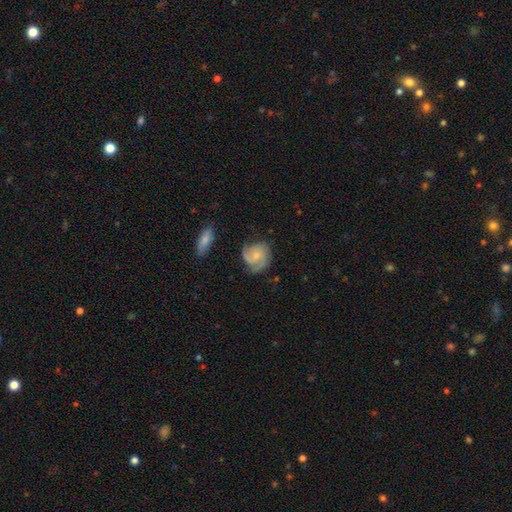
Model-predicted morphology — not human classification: featured or disk 73%, smooth 21%, star or artifact 6%. Down the decision tree: edge-on disk — no (98%); bar — no (68%); spiral arms — yes (95%); spiral arm count — 2 (50%); spiral winding — tight (44%); bulge size — small (64%); merging — none (64%).